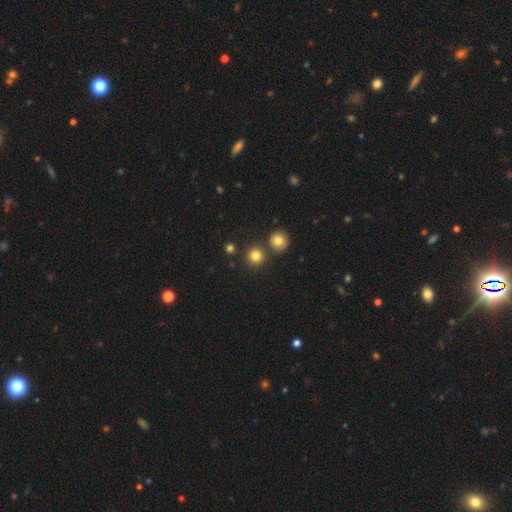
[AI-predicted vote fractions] Morphology: type=smooth (81%); roundness=round (93%); merging=none (82%).